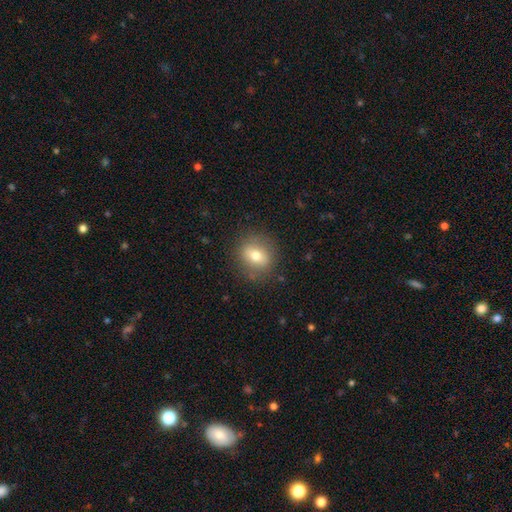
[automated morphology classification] smooth-or-featured: smooth: 69% | featured or disk: 21% | star or artifact: 10%
  how-rounded: round: 66% | in between: 32% | cigar-shaped: 1%
  merging: none: 83% | minor disturbance: 12% | major disturbance: 4% | merger: 1%